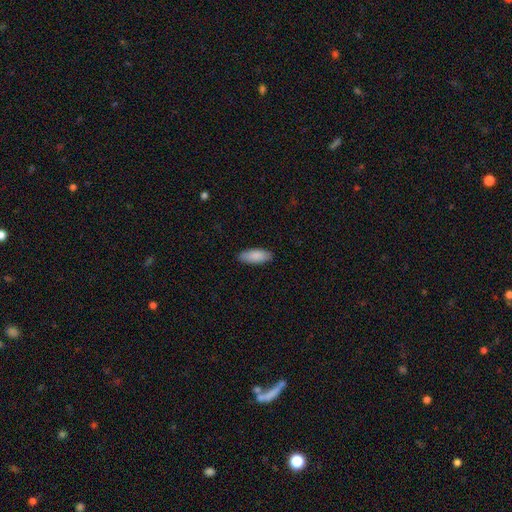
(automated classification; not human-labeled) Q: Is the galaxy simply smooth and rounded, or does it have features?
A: smooth — 89%.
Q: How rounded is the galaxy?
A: in between — 78%.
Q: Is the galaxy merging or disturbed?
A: none — 89%.